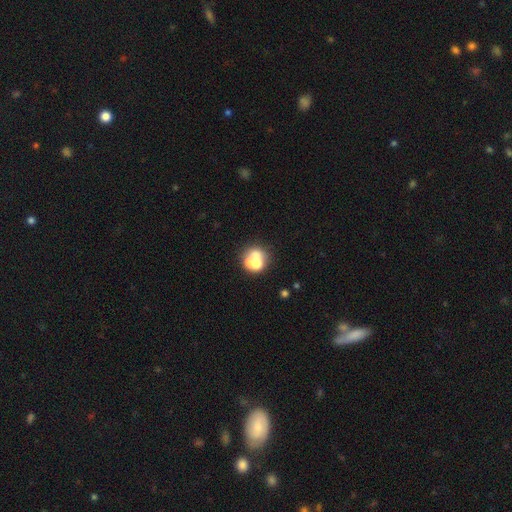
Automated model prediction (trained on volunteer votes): A smooth galaxy with no disk features (53%) that is round (72%).

Vote fractions:
- Smooth or featured? smooth: 53% / featured or disk: 32% / star or artifact: 15%
- How rounded? round: 72% / in between: 27% / cigar-shaped: 1%
- Merging? merger: 53% / none: 34% / minor disturbance: 7% / major disturbance: 6%